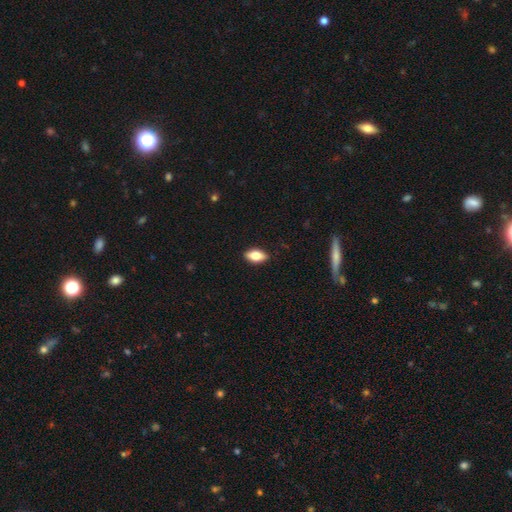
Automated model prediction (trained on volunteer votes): Overall: smooth (74%). How rounded: in between (88%). Merging: none (89%).